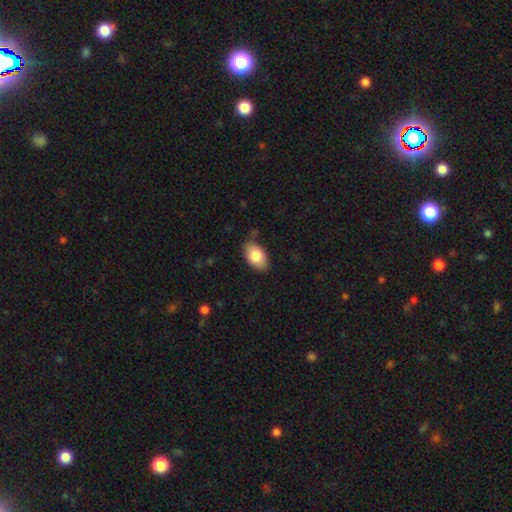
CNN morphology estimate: Smooth or featured? smooth (82%)
How rounded? in between (92%)
Merging? none (78%)